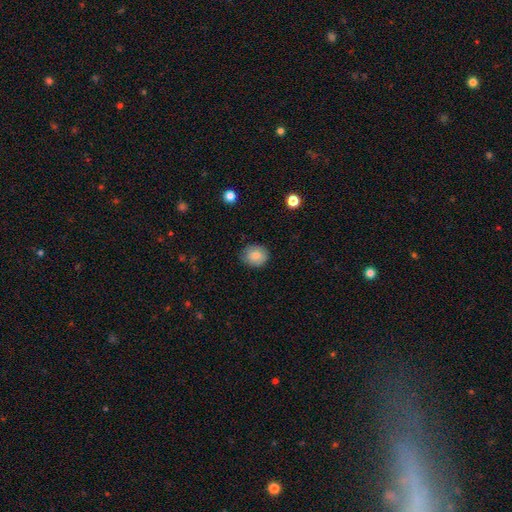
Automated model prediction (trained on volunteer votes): Smooth or featured?
  - smooth: 84% *
  - star or artifact: 8%
  - featured or disk: 7%
How rounded?
  - round: 74% *
  - in between: 25%
  - cigar-shaped: 1%
Merging?
  - none: 81% *
  - minor disturbance: 15%
  - major disturbance: 3%
  - merger: 1%